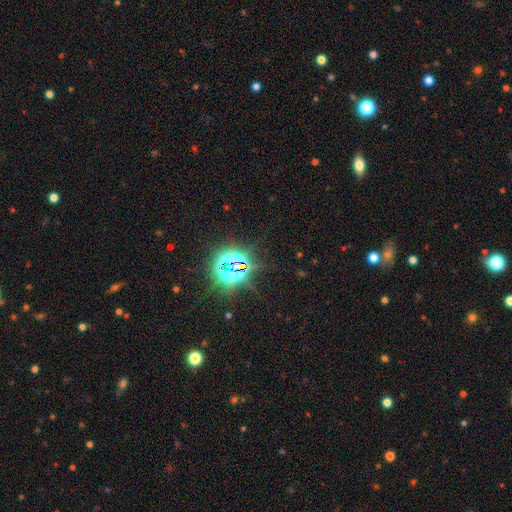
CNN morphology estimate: This appears to be a star or artifact, not a galaxy (82%).